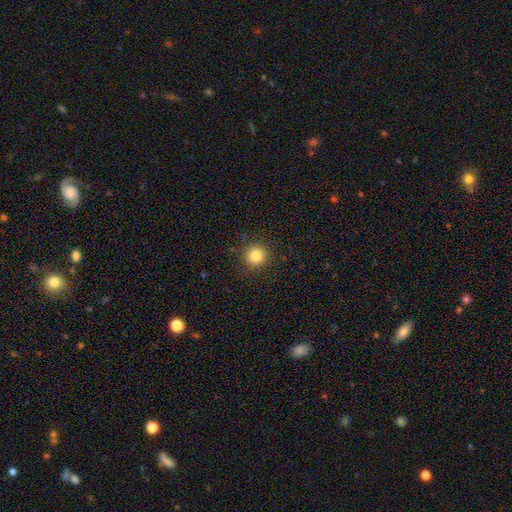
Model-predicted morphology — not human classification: Smooth or featured?
  - smooth: 83% *
  - star or artifact: 11%
  - featured or disk: 6%
How rounded?
  - round: 94% *
  - in between: 5%
  - cigar-shaped: 1%
Merging?
  - none: 89% *
  - minor disturbance: 7%
  - major disturbance: 3%
  - merger: 1%